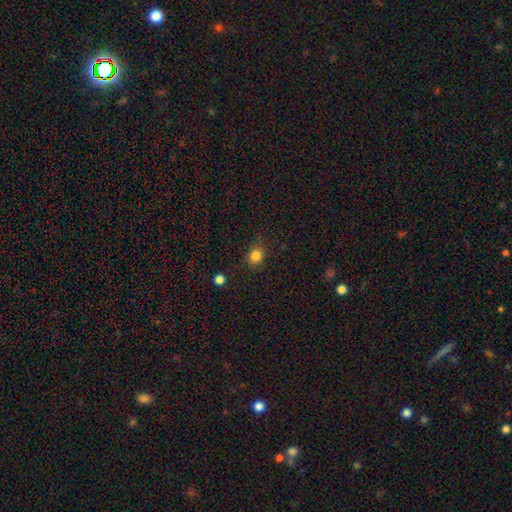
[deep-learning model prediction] This appears to be a smooth galaxy with no disk features (83%) that is round (71%). Merging: none (80%).